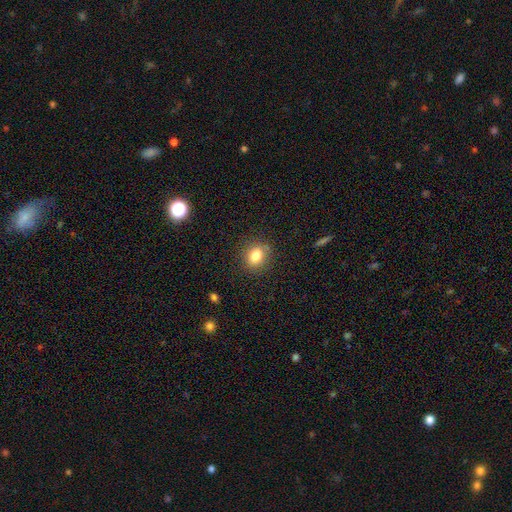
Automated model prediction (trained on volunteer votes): The model was most divided on "how rounded": round: 58%, in between: 41%, cigar-shaped: 1%. More confident: merging — none (86%); smooth or featured — smooth (82%).